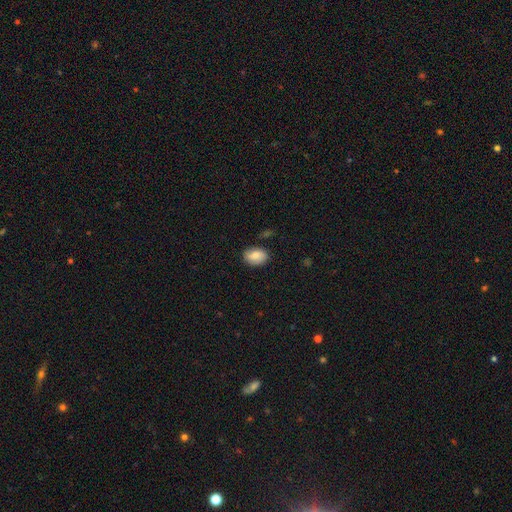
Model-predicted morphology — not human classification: Smooth or featured? Predicted: smooth (p=0.74). How rounded? Predicted: in between (p=0.78). Merging? Predicted: none (p=0.77).